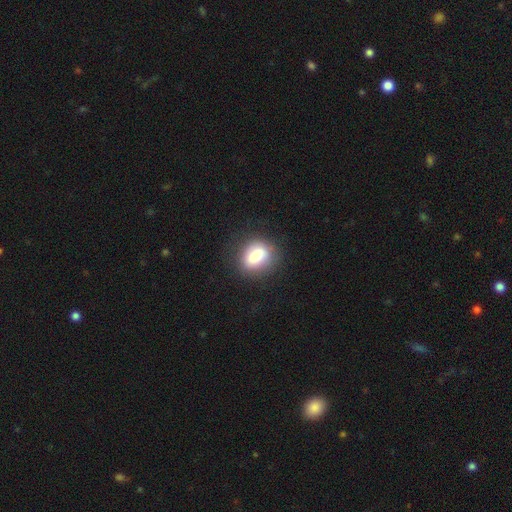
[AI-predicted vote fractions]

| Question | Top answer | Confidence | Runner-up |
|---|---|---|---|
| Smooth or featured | smooth | 78% | featured or disk (13%) |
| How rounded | in between | 61% | round (37%) |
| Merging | none | 77% | minor disturbance (16%) |